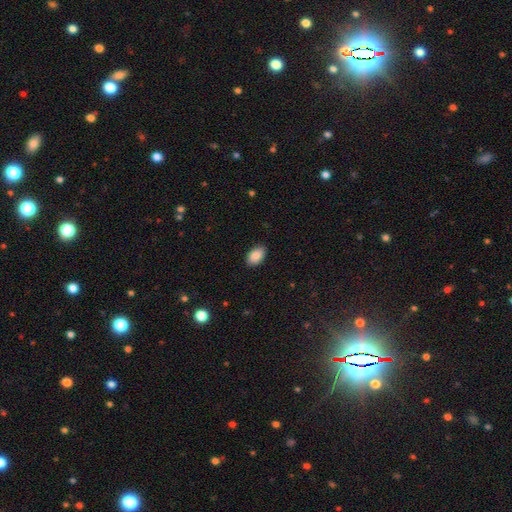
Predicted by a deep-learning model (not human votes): This is clearly a smooth galaxy (89%). How rounded: clearly in between (91%). Merging: clearly none (87%).